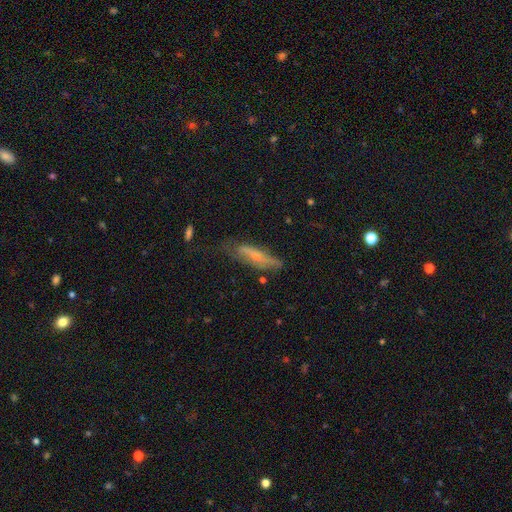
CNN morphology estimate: Smooth or featured?
  - smooth: 54% *
  - featured or disk: 37%
  - star or artifact: 9%
How rounded?
  - cigar-shaped: 73% *
  - in between: 25%
  - round: 2%
Merging?
  - none: 52% *
  - minor disturbance: 30%
  - major disturbance: 14%
  - merger: 4%